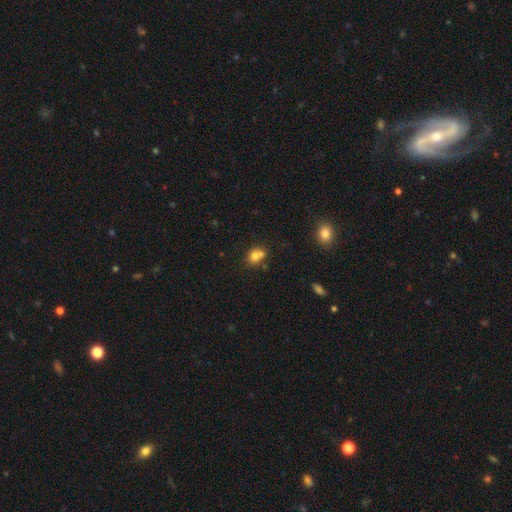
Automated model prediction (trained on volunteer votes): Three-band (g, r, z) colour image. It shows a smooth galaxy with no disk features (75%) that is round (57%). Merging: none (44%).